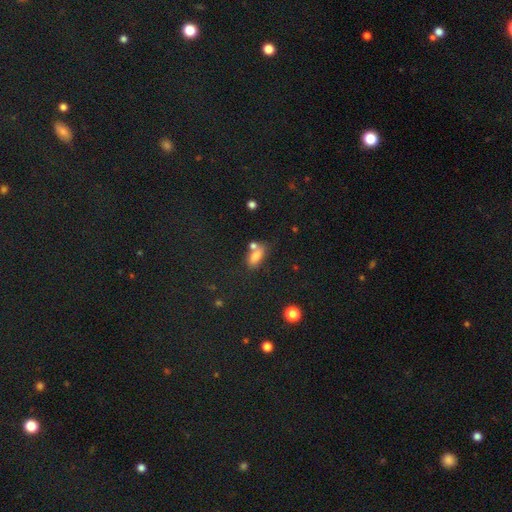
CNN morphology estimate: Overall: smooth (75%). How rounded: in between (82%). Merging: none (46%; merger 32%).